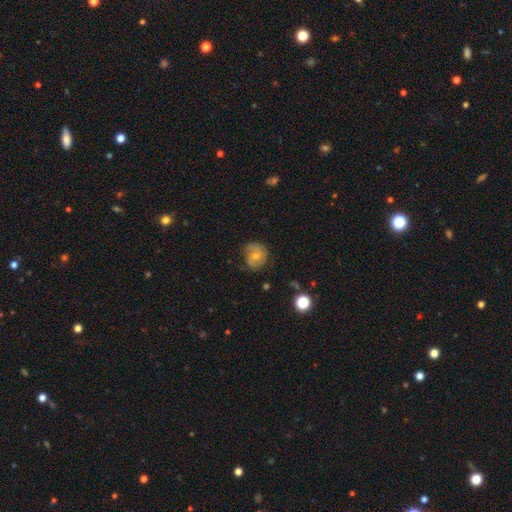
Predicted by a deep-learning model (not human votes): A smooth galaxy with no disk features (50%) that is round (76%). Merging: none (67%).